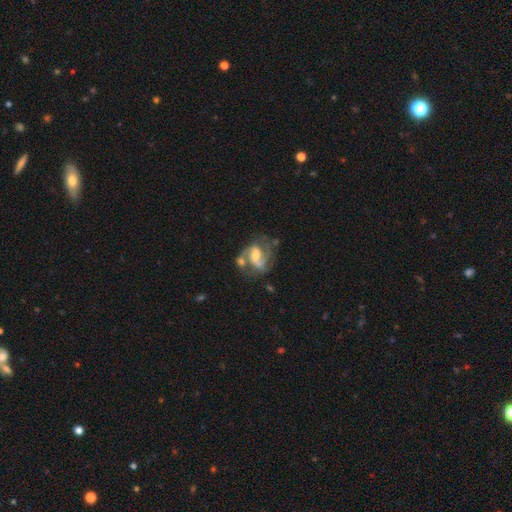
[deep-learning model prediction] The model was most divided on "bar": weak: 46%, no: 40%, strong: 15%. Remaining: edge-on disk — no (98%); spiral arms — yes (94%); smooth or featured — featured or disk (84%); spiral arm count — 2 (81%); spiral winding — medium (55%); bulge size — moderate (54%); merging — none (44%).